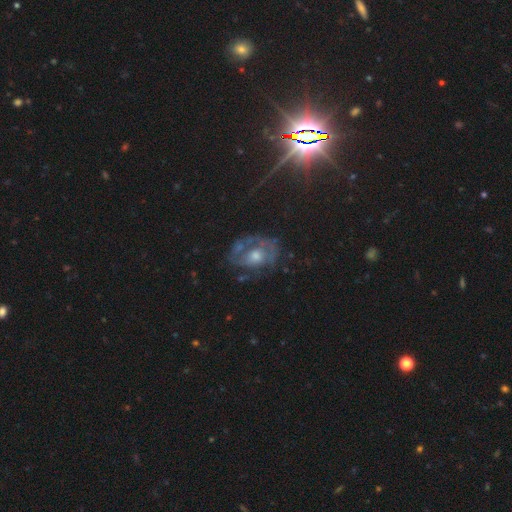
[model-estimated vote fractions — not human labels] Morphology: type=featured or disk (64%); edge-on=no (95%); bar=no (81%); spiral arms=yes (56%); bulge=moderate (60%); merging=none (56%).